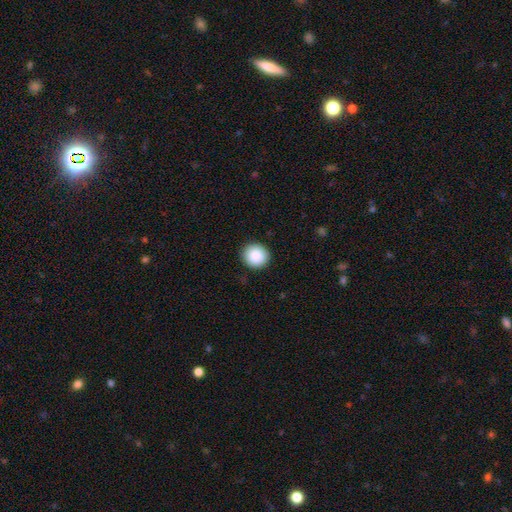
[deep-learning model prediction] A smooth galaxy with no disk features (88%) that is round (93%).

Vote fractions:
- Smooth or featured? smooth: 88% / star or artifact: 8% / featured or disk: 4%
- How rounded? round: 93% / in between: 6% / cigar-shaped: 1%
- Merging? none: 92% / minor disturbance: 5% / major disturbance: 2% / merger: 1%